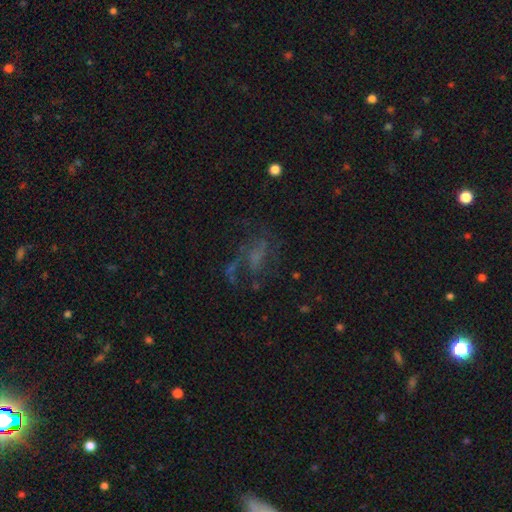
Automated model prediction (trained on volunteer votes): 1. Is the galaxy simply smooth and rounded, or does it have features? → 55% featured or disk, 24% star or artifact, 21% smooth.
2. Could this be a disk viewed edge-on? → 95% no, 5% yes.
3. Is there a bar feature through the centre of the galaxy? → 56% no, 33% weak, 11% strong.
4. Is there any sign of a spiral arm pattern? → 67% yes, 33% no.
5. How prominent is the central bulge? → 52% none, 25% small, 16% moderate, 5% large, 2% dominant.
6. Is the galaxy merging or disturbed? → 44% none, 34% major disturbance, 16% minor disturbance, 6% merger.